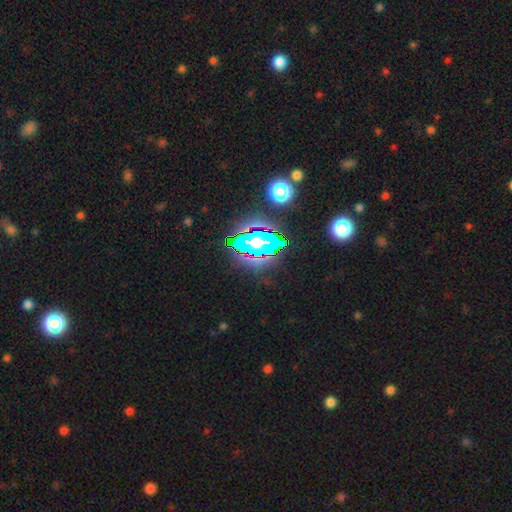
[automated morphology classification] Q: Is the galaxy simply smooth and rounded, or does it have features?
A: star or artifact — 73%.